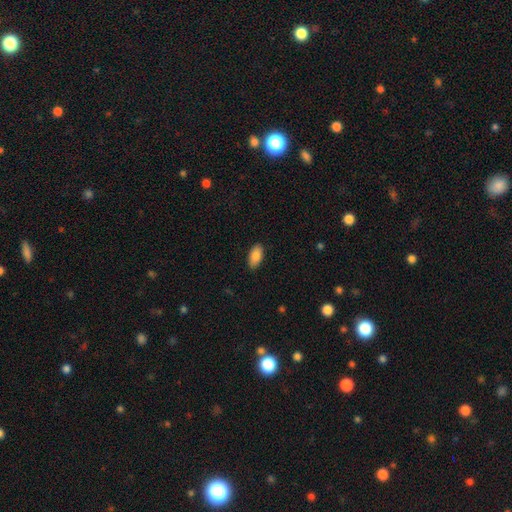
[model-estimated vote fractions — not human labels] Smooth or featured? Predicted: smooth (p=0.87). How rounded? Predicted: in between (p=0.92). Merging? Predicted: none (p=0.88).